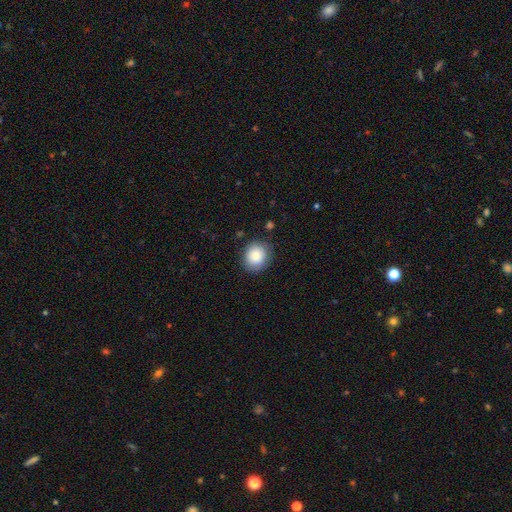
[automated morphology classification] smooth-or-featured: smooth: 85% | star or artifact: 8% | featured or disk: 7%
  how-rounded: round: 74% | in between: 25% | cigar-shaped: 1%
  merging: none: 85% | minor disturbance: 11% | major disturbance: 3% | merger: 1%